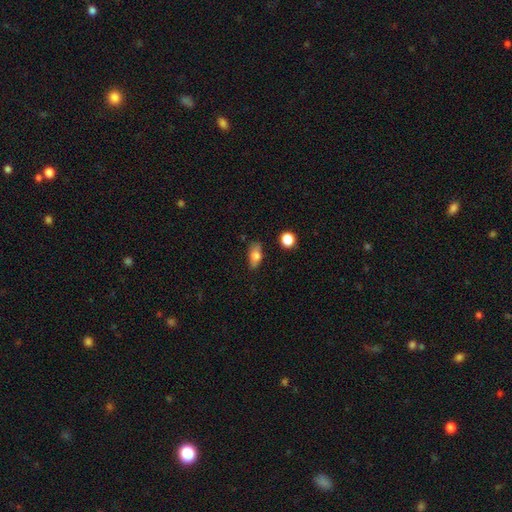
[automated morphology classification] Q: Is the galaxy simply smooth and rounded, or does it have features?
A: smooth — 74%.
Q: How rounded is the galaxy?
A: in between — 79%.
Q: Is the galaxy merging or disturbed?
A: none — 74%.